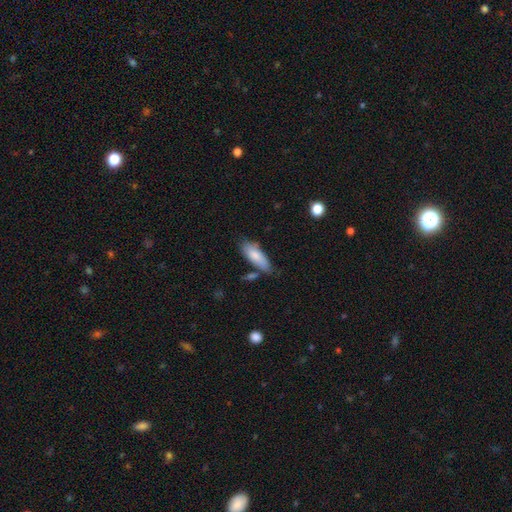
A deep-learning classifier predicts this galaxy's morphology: Overall: smooth (82%). How rounded: in between (70%). Merging: none (61%; minor disturbance 24%).